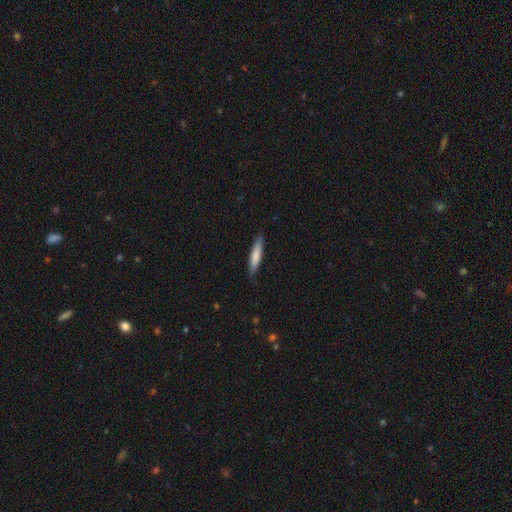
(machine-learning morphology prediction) Q: Smooth or featured?
A: smooth (76%); runner-up: featured or disk (19%)
Q: How rounded?
A: cigar-shaped (87%); runner-up: in between (11%)
Q: Merging?
A: none (86%); runner-up: minor disturbance (11%)